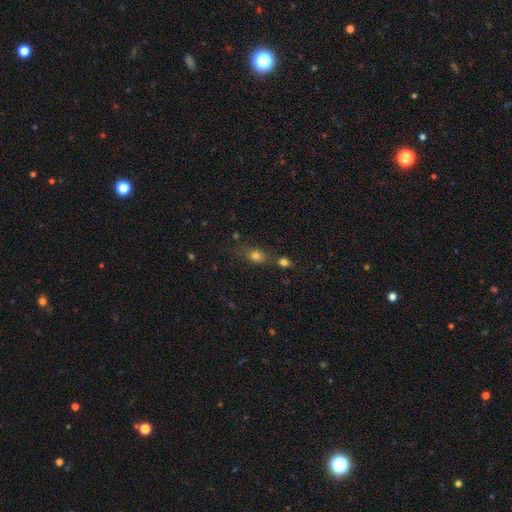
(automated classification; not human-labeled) Morphology: type=smooth (75%); roundness=in between (62%); merging=none (53%).